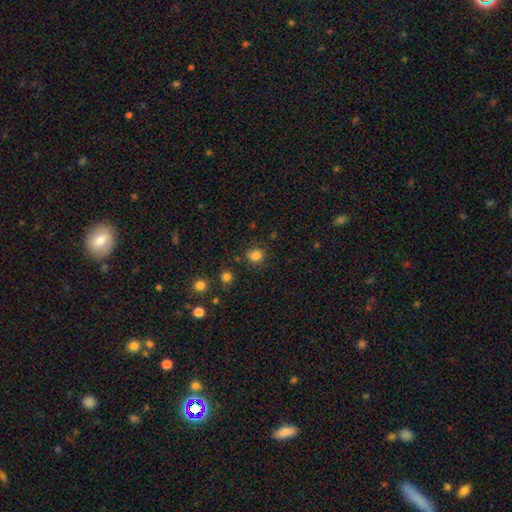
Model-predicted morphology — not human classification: Smooth or featured? Predicted: smooth (p=0.82). How rounded? Predicted: round (p=0.77). Merging? Predicted: none (p=0.82).